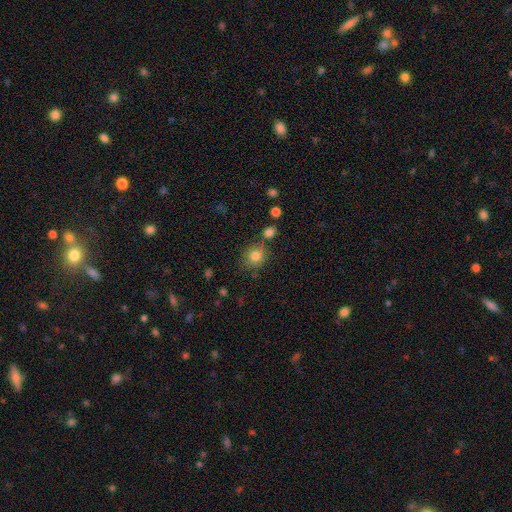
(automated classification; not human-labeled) Overall: smooth (81%). How rounded: round (82%). Merging: none (74%).